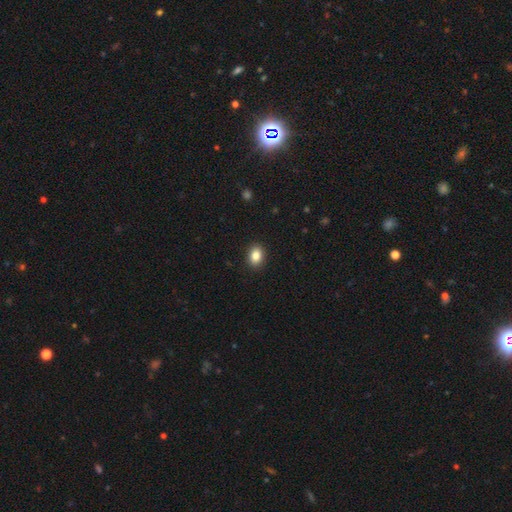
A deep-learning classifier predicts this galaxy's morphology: Q: Smooth or featured?
A: smooth (86%); runner-up: star or artifact (9%)
Q: How rounded?
A: in between (69%); runner-up: round (30%)
Q: Merging?
A: none (91%); runner-up: minor disturbance (7%)